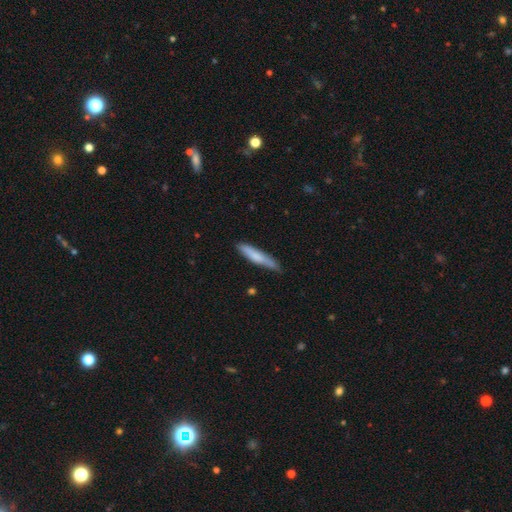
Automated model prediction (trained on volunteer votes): A smooth galaxy with no disk features (73%) that is cigar-shaped (91%).

Vote fractions:
- Smooth or featured? smooth: 73% / featured or disk: 22% / star or artifact: 5%
- How rounded? cigar-shaped: 91% / in between: 8% / round: 1%
- Merging? none: 75% / minor disturbance: 20% / major disturbance: 3% / merger: 2%